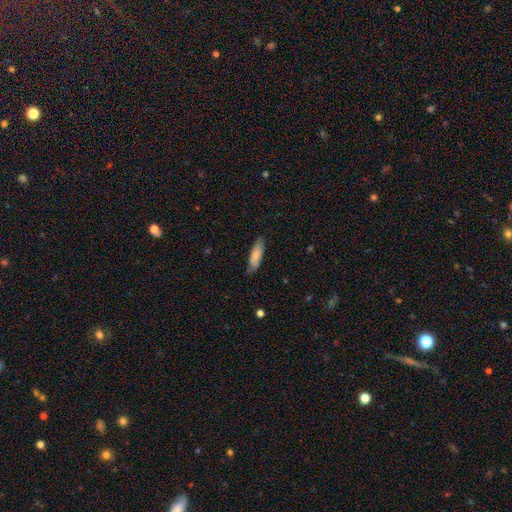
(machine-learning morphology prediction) smooth_or_featured: smooth (p=0.74) [alt: featured or disk p=0.20]
how_rounded: in between (p=0.50) [alt: cigar-shaped p=0.48]
merging: none (p=0.76) [alt: minor disturbance p=0.19]